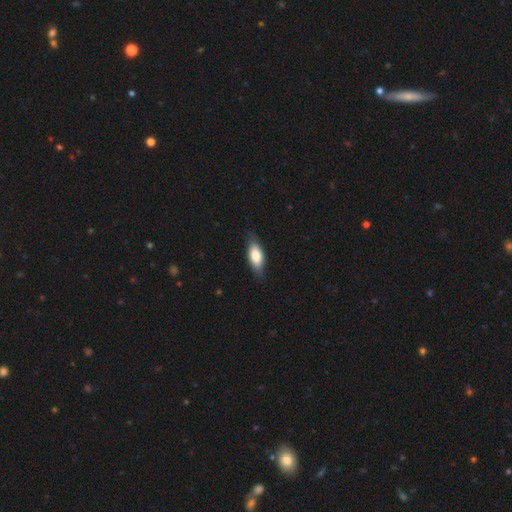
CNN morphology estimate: A smooth galaxy with no disk features (71%) that is in between round and cigar-shaped (77%). Merging: none (79%).